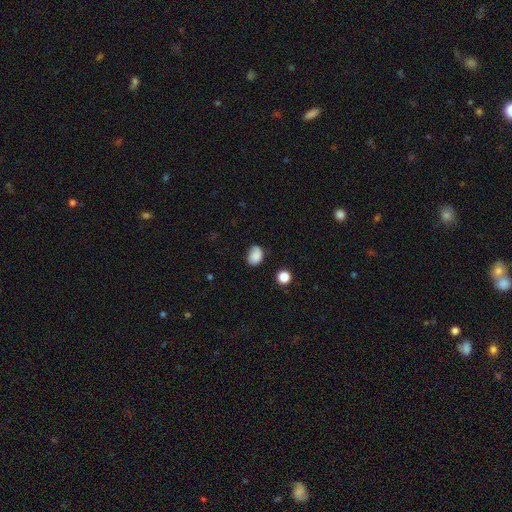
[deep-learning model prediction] smooth 84%, star or artifact 9%, featured or disk 6%. Down the decision tree: how rounded — in between (71%); merging — none (71%).